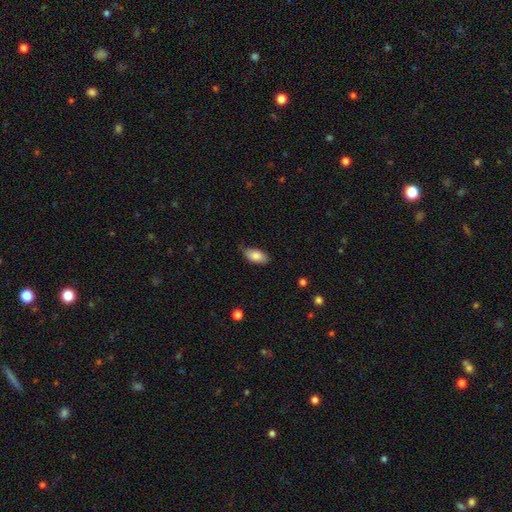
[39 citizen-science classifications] Smooth or featured? 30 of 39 (77%) said smooth. How rounded? 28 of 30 (93%) said in between. Merging? 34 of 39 (87%) said none.